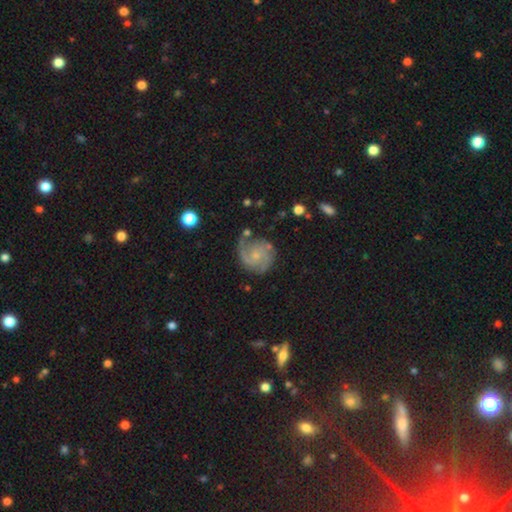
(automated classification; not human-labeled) smooth_or_featured: featured or disk (p=0.83) [alt: smooth p=0.11]
disk_edge_on: no (p=0.98) [alt: yes p=0.02]
bar: no (p=0.70) [alt: weak p=0.27]
has_spiral_arms: yes (p=0.96) [alt: no p=0.04]
spiral_winding: medium (p=0.44) [alt: tight p=0.42]
spiral_arm_count: 2 (p=0.54) [alt: 3 p=0.21]
bulge_size: small (p=0.68) [alt: moderate p=0.22]
merging: none (p=0.68) [alt: minor disturbance p=0.20]